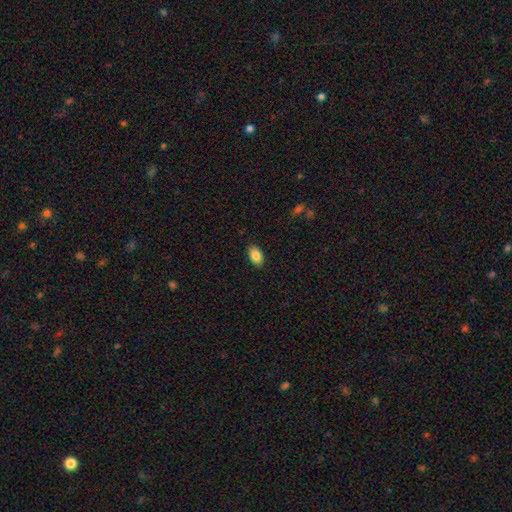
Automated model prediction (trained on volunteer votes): This is clearly a smooth galaxy (86%). How rounded: clearly in between (92%). Merging: clearly none (88%).